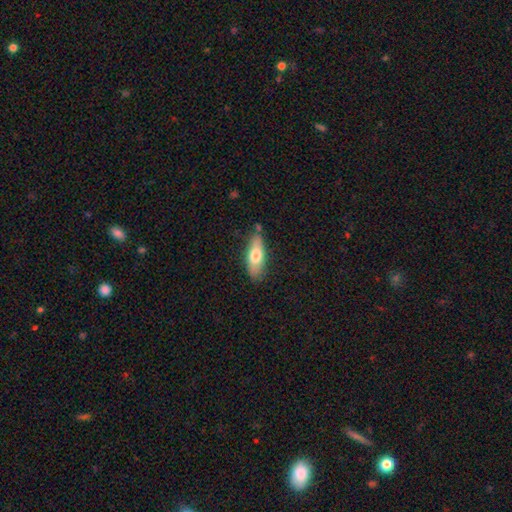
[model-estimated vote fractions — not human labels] Smooth or featured?
  - smooth: 68% *
  - featured or disk: 26%
  - star or artifact: 6%
How rounded?
  - in between: 64% *
  - cigar-shaped: 34%
  - round: 2%
Merging?
  - none: 78% *
  - minor disturbance: 15%
  - merger: 4%
  - major disturbance: 3%